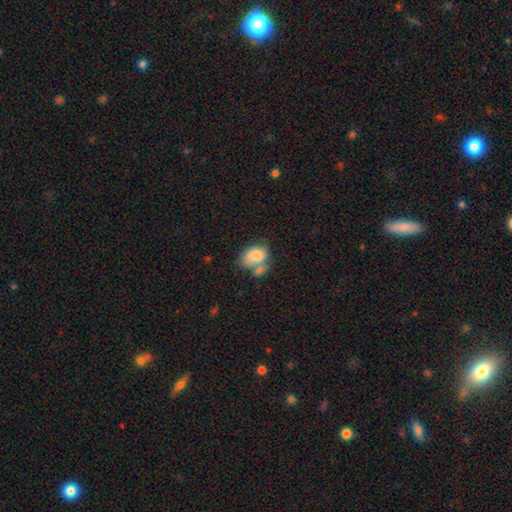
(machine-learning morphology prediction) Smooth or featured? Predicted: smooth (p=0.73). How rounded? Predicted: in between (p=0.77). Merging? Predicted: merger (p=0.48).